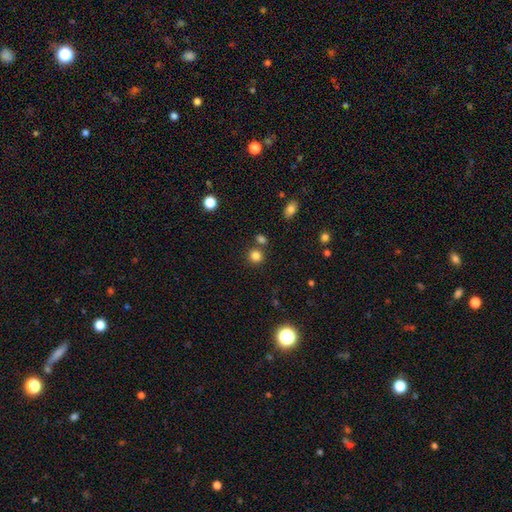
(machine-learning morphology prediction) Smooth or featured?
  - smooth: 83% *
  - star or artifact: 13%
  - featured or disk: 4%
How rounded?
  - round: 91% *
  - in between: 8%
  - cigar-shaped: 1%
Merging?
  - none: 78% *
  - merger: 12%
  - minor disturbance: 8%
  - major disturbance: 3%